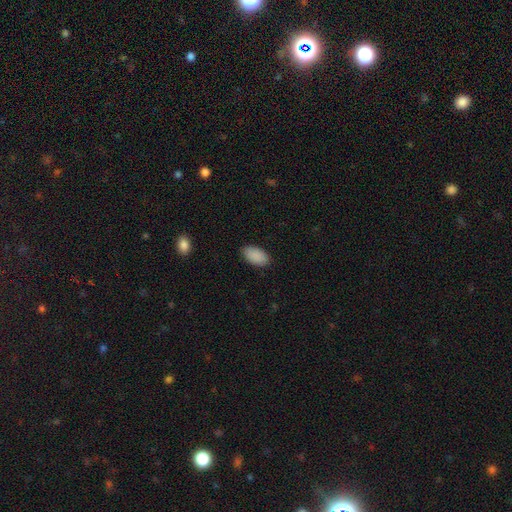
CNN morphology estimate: The model was most divided on "merging": none: 85%, minor disturbance: 12%, major disturbance: 2%, merger: 1%. More confident: how rounded — in between (95%); smooth or featured — smooth (90%).